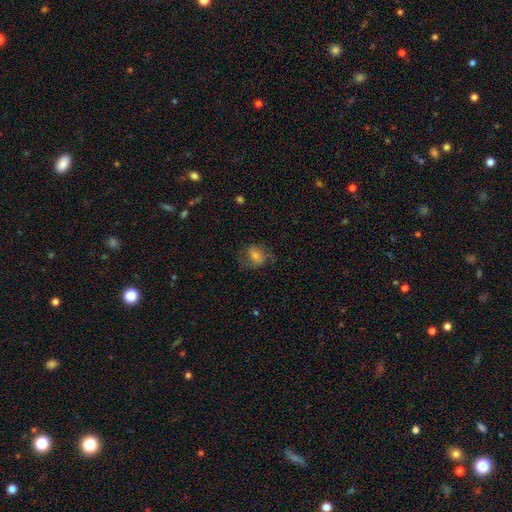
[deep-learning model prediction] Smooth or featured? Predicted: smooth (p=0.54). How rounded? Predicted: in between (p=0.56). Merging? Predicted: none (p=0.62).